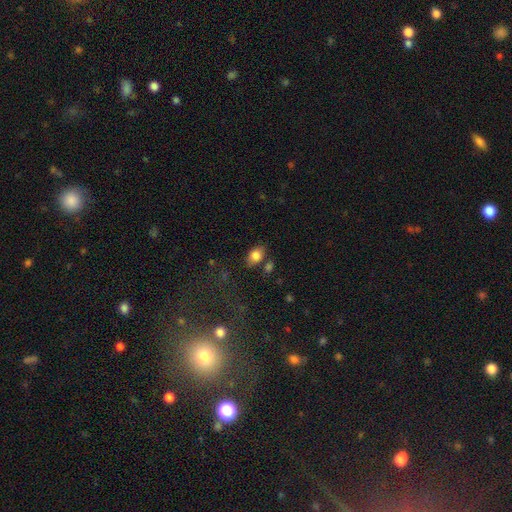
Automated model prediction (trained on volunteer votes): This appears to be a smooth galaxy with no disk features (81%) that is in between round and cigar-shaped (81%). Merging: none (72%).